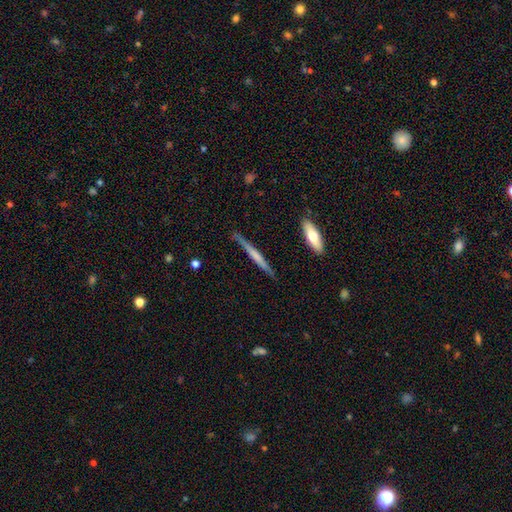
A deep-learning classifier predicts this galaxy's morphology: Smooth or featured: featured or disk — 57% (smooth — 37%)
Edge-on disk: yes — 96% (no — 4%)
Edge-on bulge: none — 50% (rounded — 31%)
Merging: none — 81% (minor disturbance — 14%)